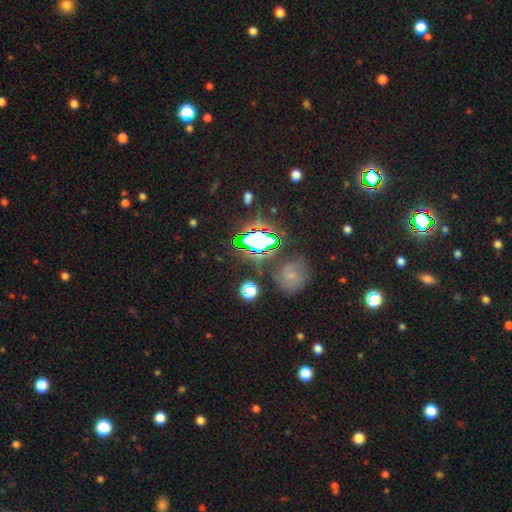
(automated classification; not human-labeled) The model was most divided on "smooth or featured": star or artifact: 76%, smooth: 15%, featured or disk: 8%.